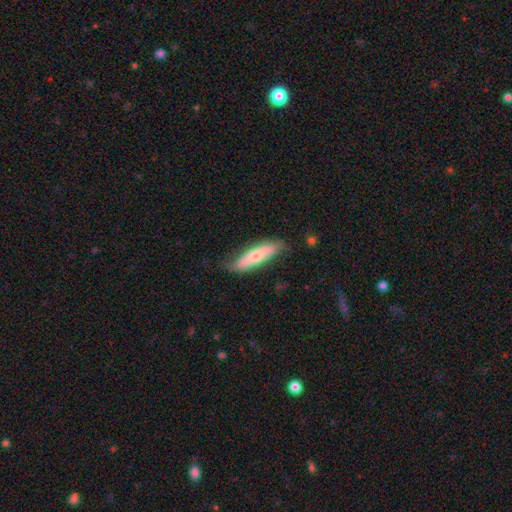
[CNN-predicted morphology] Smooth or featured? smooth (59%)
How rounded? cigar-shaped (64%)
Merging? none (72%)